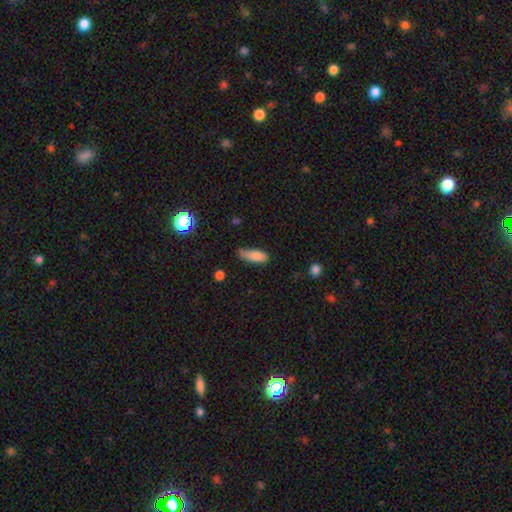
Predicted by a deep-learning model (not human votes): A smooth galaxy with no disk features (84%) that is in between round and cigar-shaped (66%). Merging: none (49%).